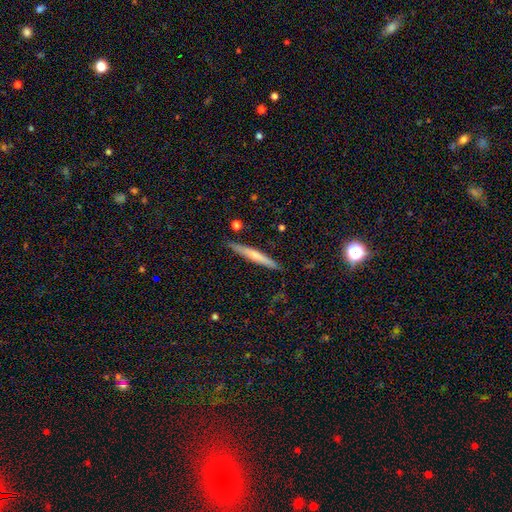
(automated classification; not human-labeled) Q: Smooth or featured?
A: smooth (50%); runner-up: featured or disk (44%)
Q: Merging?
A: none (88%); runner-up: minor disturbance (9%)